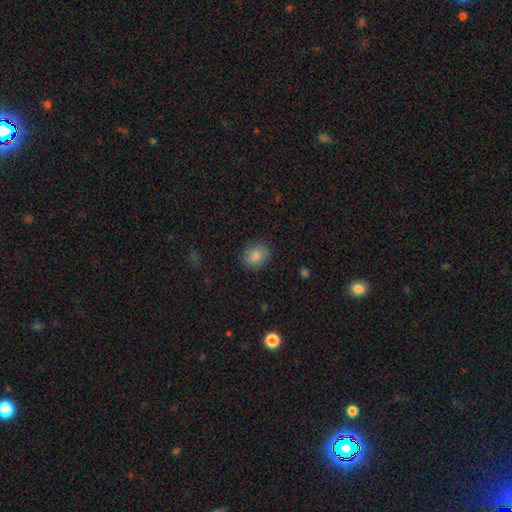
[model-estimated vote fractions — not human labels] Smooth or featured: smooth — 85% (star or artifact — 8%)
How rounded: round — 51% (in between — 48%)
Merging: none — 86% (minor disturbance — 10%)